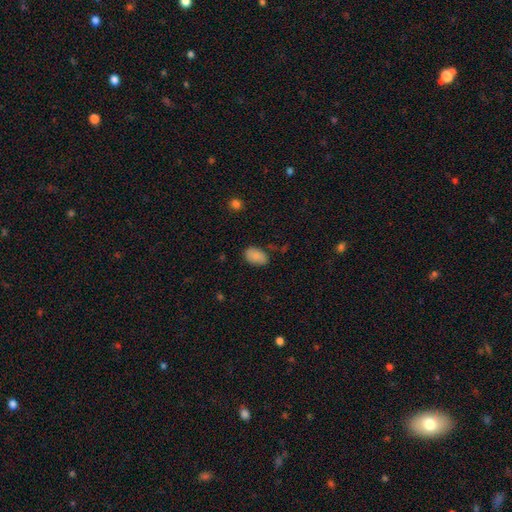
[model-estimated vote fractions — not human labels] Q: Smooth or featured?
A: smooth (87%); runner-up: star or artifact (8%)
Q: How rounded?
A: in between (90%); runner-up: round (8%)
Q: Merging?
A: none (76%); runner-up: minor disturbance (18%)